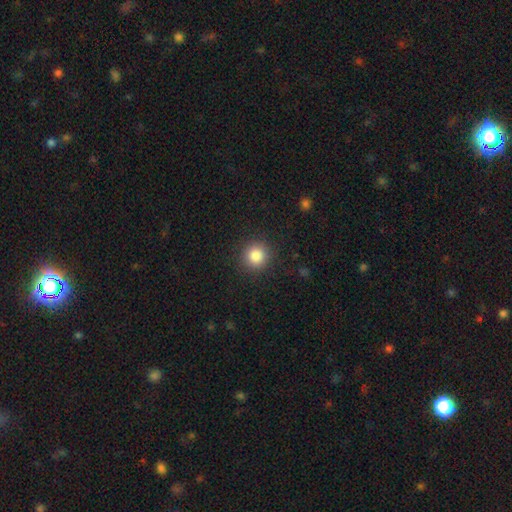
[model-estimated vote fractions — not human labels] This is clearly a smooth galaxy (85%). How rounded: clearly round (92%). Merging: clearly none (90%).